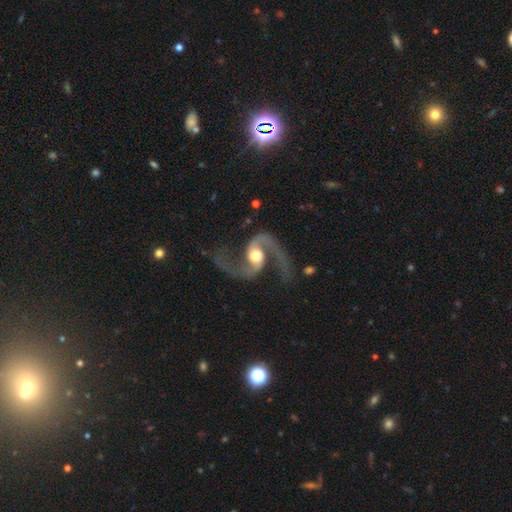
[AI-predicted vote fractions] A featured or disk galaxy (93%) with no bar (50%), 2 (95%) loose (64%) spiral arms (98%) and a moderate central bulge (63%).

Vote fractions:
- Smooth or featured? featured or disk: 93% / star or artifact: 4% / smooth: 3%
- Edge-on disk? no: 98% / yes: 2%
- Bar? no: 50% / weak: 33% / strong: 17%
- Spiral arms? yes: 98% / no: 2%
- Spiral winding? loose: 64% / medium: 31% / tight: 5%
- Spiral arm count? 2: 95% / 1: 1% / can't tell: 1% / 3: 1% / 4: 1% / more than 4: 1%
- Bulge size? moderate: 63% / large: 25% / small: 8% / dominant: 2% / none: 1%
- Merging? none: 73% / minor disturbance: 14% / major disturbance: 10% / merger: 2%